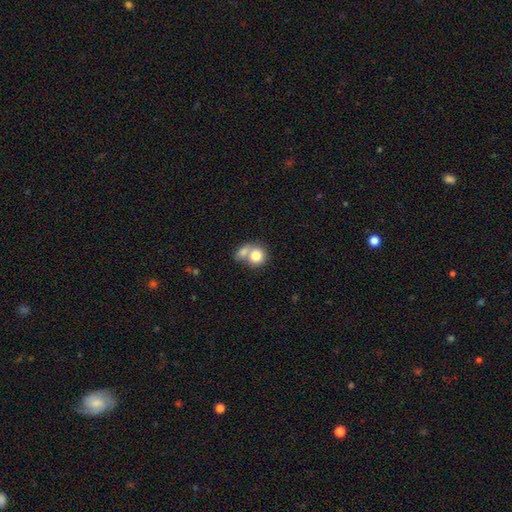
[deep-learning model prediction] smooth 78%, featured or disk 14%, star or artifact 8%. Down the decision tree: how rounded — round (77%); merging — merger (56%).